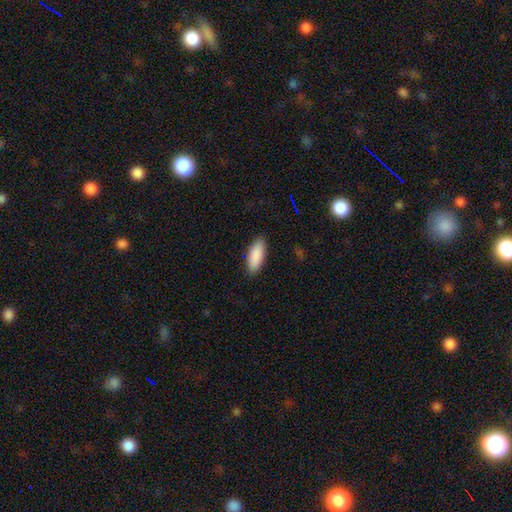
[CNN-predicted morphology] A smooth galaxy with no disk features (90%) that is in between round and cigar-shaped (79%). Merging: none (89%).